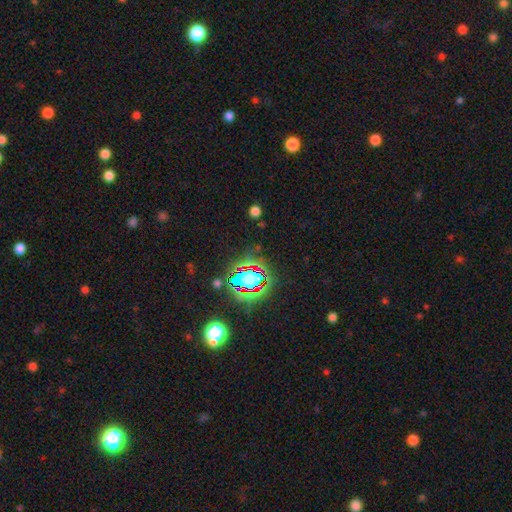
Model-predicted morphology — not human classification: Smooth or featured?
  - star or artifact: 79% *
  - smooth: 12%
  - featured or disk: 9%